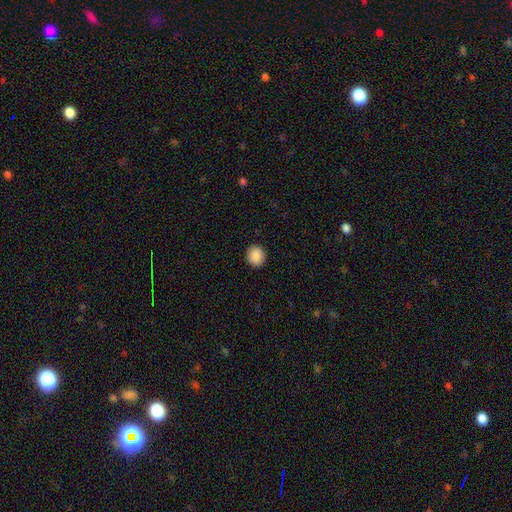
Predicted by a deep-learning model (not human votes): Smooth or featured: smooth — 89% (star or artifact — 8%)
How rounded: round — 79% (in between — 20%)
Merging: none — 92% (minor disturbance — 6%)